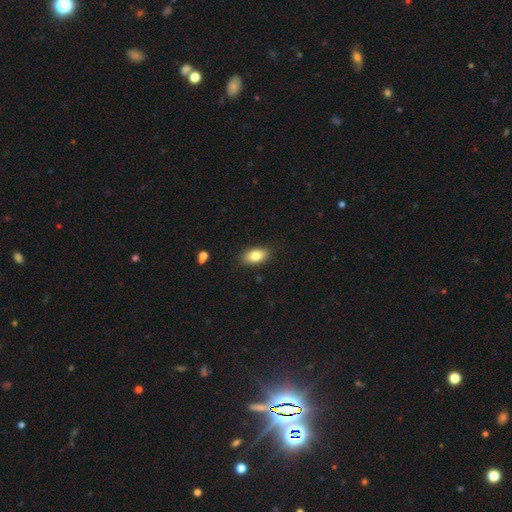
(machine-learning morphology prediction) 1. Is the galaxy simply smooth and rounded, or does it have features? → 82% smooth, 10% featured or disk, 8% star or artifact.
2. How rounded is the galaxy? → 91% in between, 6% round, 3% cigar-shaped.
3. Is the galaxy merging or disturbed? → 87% none, 10% minor disturbance, 2% major disturbance, 1% merger.